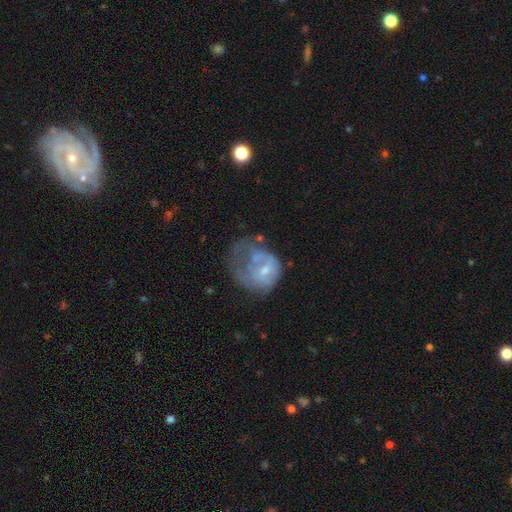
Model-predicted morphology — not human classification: smooth_or_featured: featured or disk (p=0.52) [alt: smooth p=0.37]
disk_edge_on: no (p=0.97) [alt: yes p=0.03]
bar: no (p=0.72) [alt: weak p=0.24]
has_spiral_arms: no (p=0.71) [alt: yes p=0.29]
bulge_size: small (p=0.48) [alt: moderate p=0.33]
merging: major disturbance (p=0.49) [alt: none p=0.22]